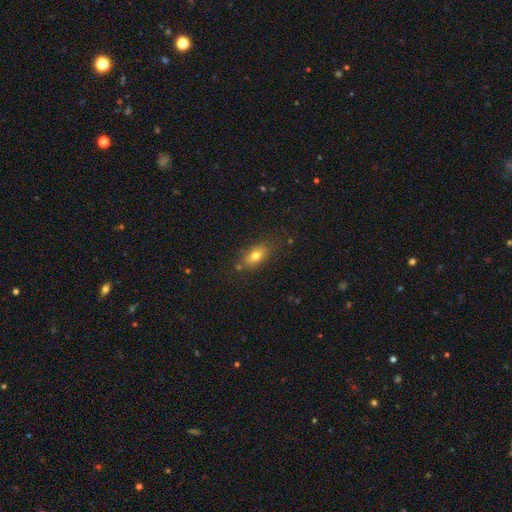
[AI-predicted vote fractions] smooth 74%, featured or disk 16%, star or artifact 10%. Down the decision tree: how rounded — in between (82%); merging — none (75%).